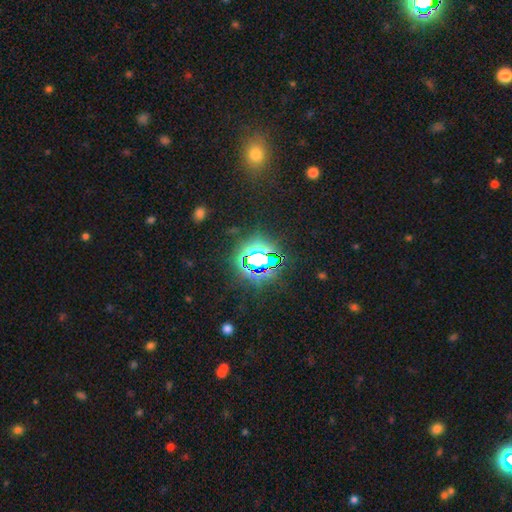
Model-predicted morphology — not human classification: The model was most divided on "smooth or featured": star or artifact: 76%, smooth: 14%, featured or disk: 10%.